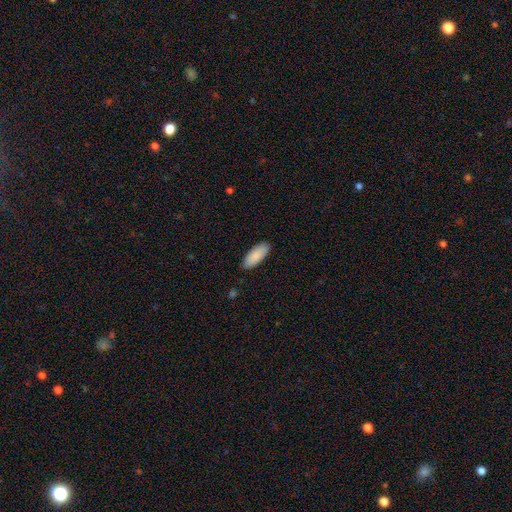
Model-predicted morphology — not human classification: This is clearly a smooth galaxy (89%). How rounded: likely in between (79%). Merging: clearly none (87%).